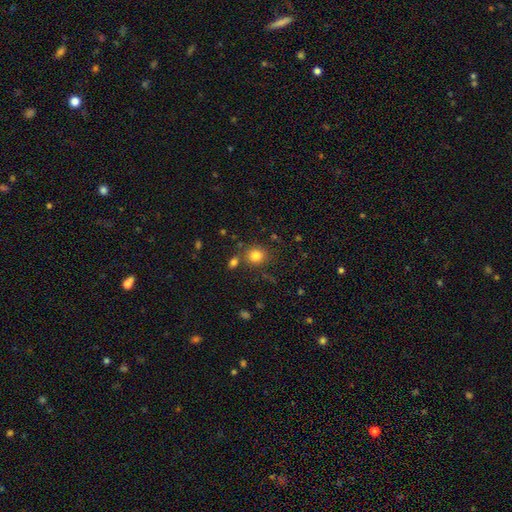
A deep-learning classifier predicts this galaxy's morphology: smooth-or-featured: smooth: 82% | star or artifact: 12% | featured or disk: 6%
  how-rounded: round: 79% | in between: 20% | cigar-shaped: 1%
  merging: none: 75% | merger: 10% | minor disturbance: 10% | major disturbance: 4%